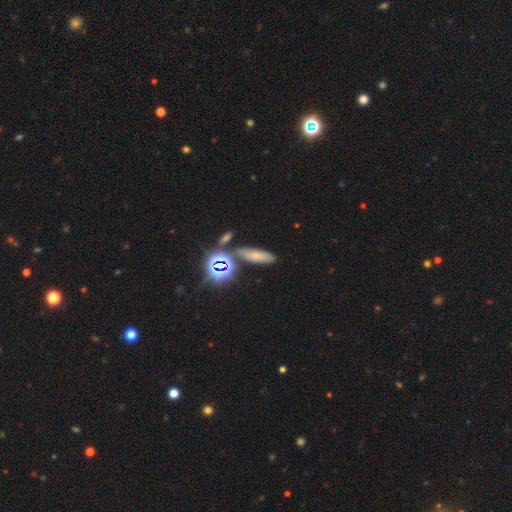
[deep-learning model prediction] Smooth or featured?
  - smooth: 55% *
  - star or artifact: 31%
  - featured or disk: 14%
How rounded?
  - in between: 45% *
  - cigar-shaped: 44%
  - round: 11%
Merging?
  - none: 75% *
  - minor disturbance: 12%
  - merger: 9%
  - major disturbance: 4%